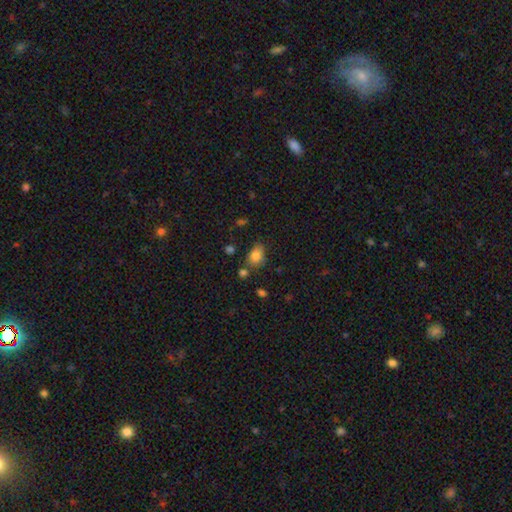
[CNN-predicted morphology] Smooth or featured: smooth — 81% (star or artifact — 11%)
How rounded: in between — 61% (round — 37%)
Merging: none — 67% (minor disturbance — 20%)